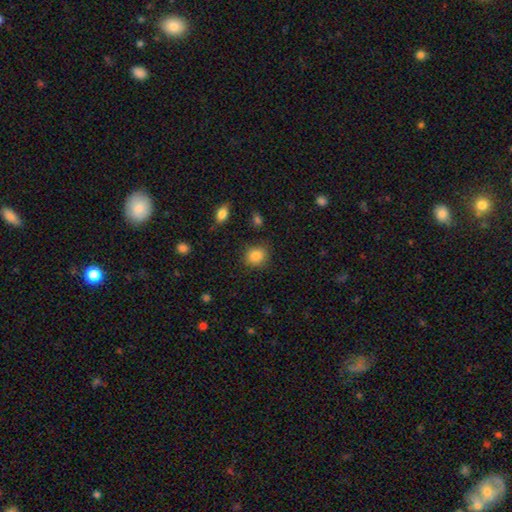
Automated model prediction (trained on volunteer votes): Smooth or featured?
  - smooth: 86% *
  - star or artifact: 10%
  - featured or disk: 4%
How rounded?
  - round: 77% *
  - in between: 22%
  - cigar-shaped: 1%
Merging?
  - none: 83% *
  - minor disturbance: 12%
  - major disturbance: 4%
  - merger: 2%